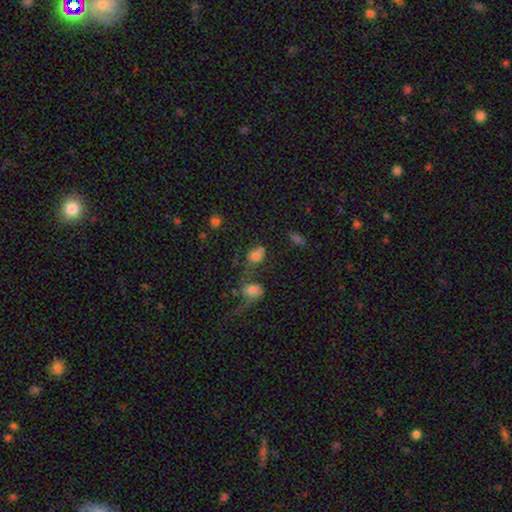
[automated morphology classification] Smooth or featured? smooth (65%)
How rounded? in between (55%)
Merging? merger (48%)